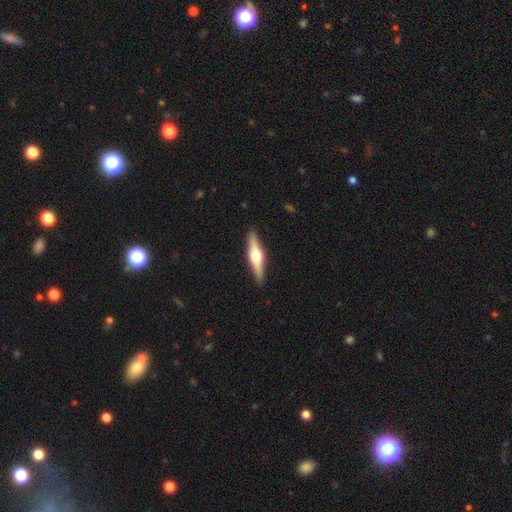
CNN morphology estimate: Smooth or featured: featured or disk — 64% (smooth — 31%)
Edge-on disk: yes — 97% (no — 3%)
Edge-on bulge: rounded — 92% (boxy — 6%)
Merging: none — 90% (minor disturbance — 7%)